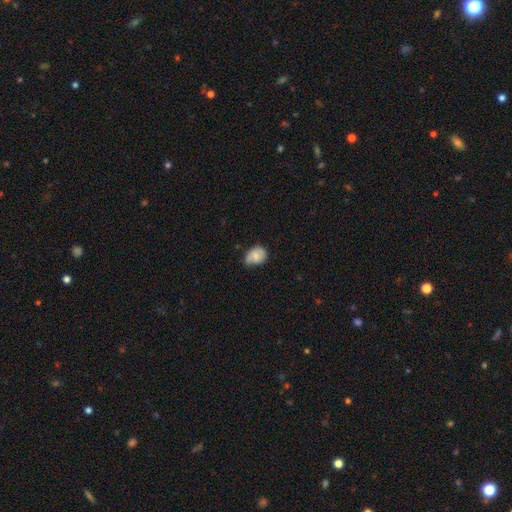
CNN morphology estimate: smooth 64%, featured or disk 29%, star or artifact 8%. Down the decision tree: how rounded — in between (61%); merging — none (49%).